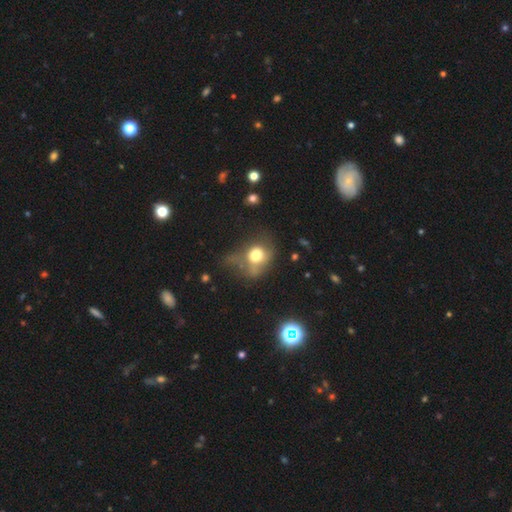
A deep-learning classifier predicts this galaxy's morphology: A smooth galaxy with no disk features (67%) that is round (55%).

Vote fractions:
- Smooth or featured? smooth: 67% / featured or disk: 20% / star or artifact: 12%
- How rounded? round: 55% / in between: 44% / cigar-shaped: 1%
- Merging? major disturbance: 41% / none: 26% / minor disturbance: 25% / merger: 8%